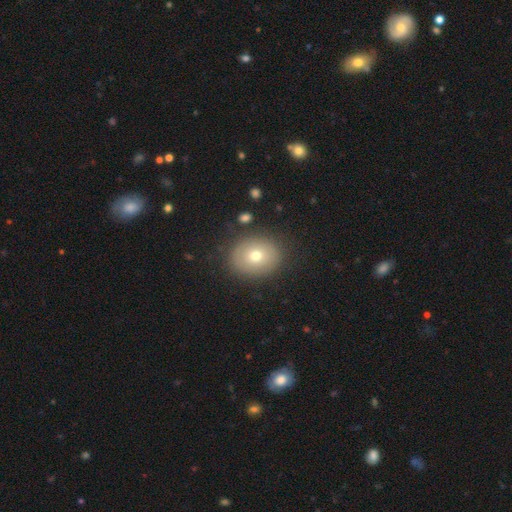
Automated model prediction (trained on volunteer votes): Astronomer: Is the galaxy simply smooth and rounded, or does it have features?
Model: smooth — 68%.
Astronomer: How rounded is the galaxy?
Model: round — 54% (runner-up: in between, 45%).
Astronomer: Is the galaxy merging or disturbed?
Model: none — 84%.